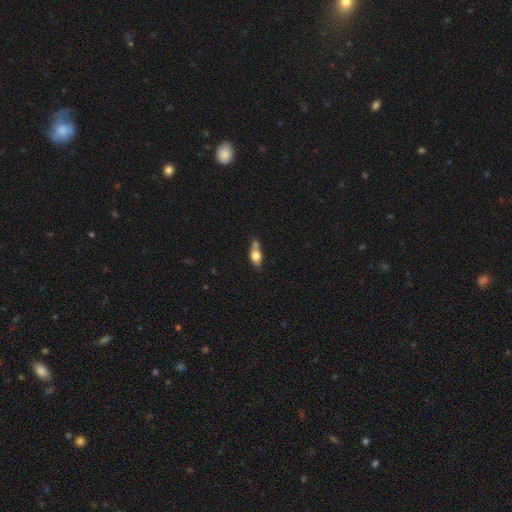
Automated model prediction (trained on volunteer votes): A smooth galaxy with no disk features (65%) that is in between round and cigar-shaped (70%). Merging: none (48%).